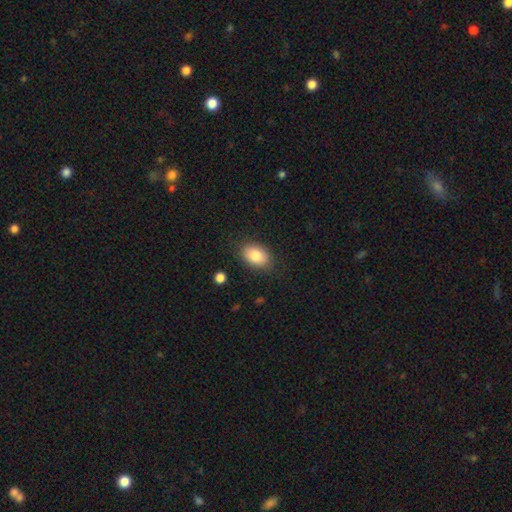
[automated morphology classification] Smooth or featured? smooth (84%)
How rounded? in between (85%)
Merging? none (84%)